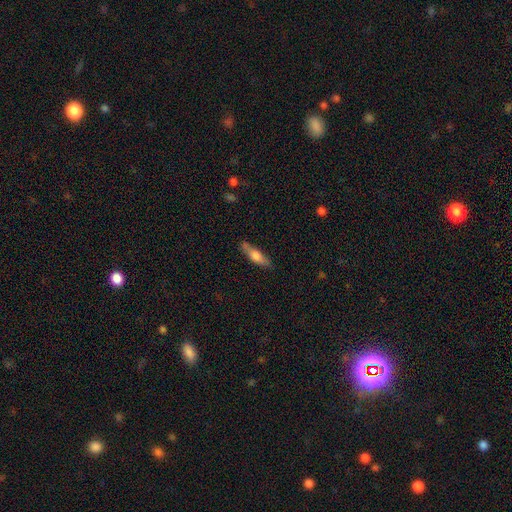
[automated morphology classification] A smooth galaxy with no disk features (59%) that is cigar-shaped (67%).

Vote fractions:
- Smooth or featured? smooth: 59% / featured or disk: 35% / star or artifact: 6%
- How rounded? cigar-shaped: 67% / in between: 31% / round: 2%
- Merging? none: 73% / minor disturbance: 18% / merger: 5% / major disturbance: 4%